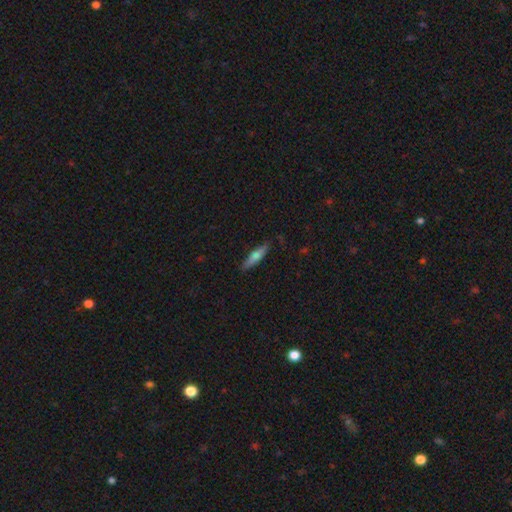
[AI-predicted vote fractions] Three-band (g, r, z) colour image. It shows a smooth galaxy with no disk features (64%) that is cigar-shaped (81%). Merging: none (83%).